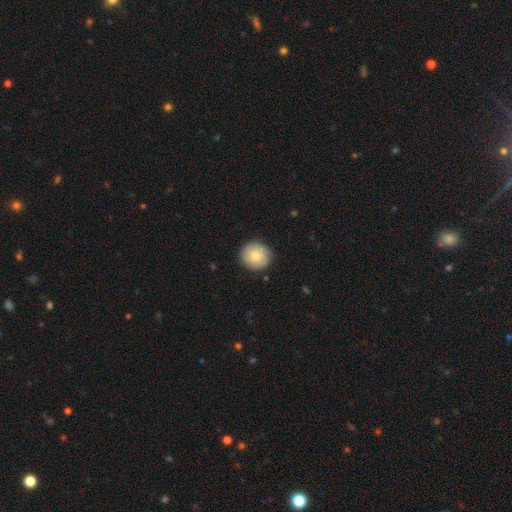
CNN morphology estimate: Smooth or featured? Predicted: smooth (p=0.82). How rounded? Predicted: round (p=0.93). Merging? Predicted: none (p=0.89).